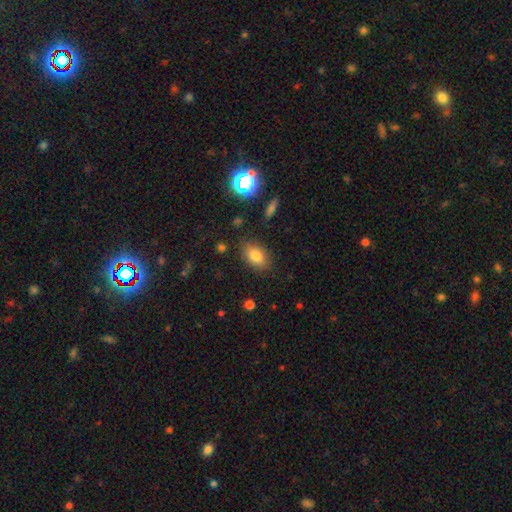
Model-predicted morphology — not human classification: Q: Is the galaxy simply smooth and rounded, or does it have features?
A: smooth — 80%.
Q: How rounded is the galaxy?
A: in between — 87%.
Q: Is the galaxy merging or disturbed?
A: none — 83%.